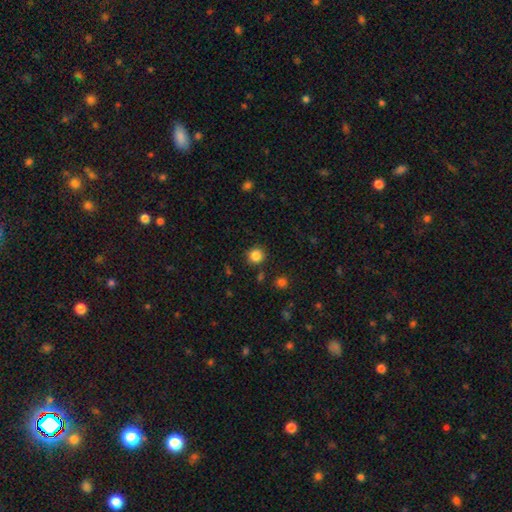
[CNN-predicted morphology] smooth_or_featured: smooth (p=0.85) [alt: star or artifact p=0.11]
how_rounded: round (p=0.93) [alt: in between p=0.06]
merging: none (p=0.89) [alt: minor disturbance p=0.07]